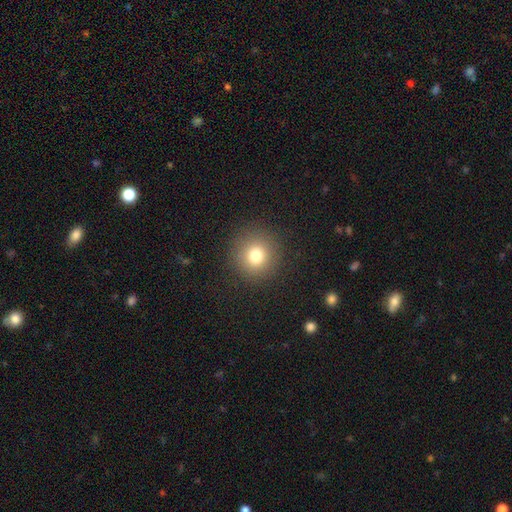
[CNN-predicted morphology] A smooth galaxy with no disk features (78%) that is round (94%). Merging: none (90%).